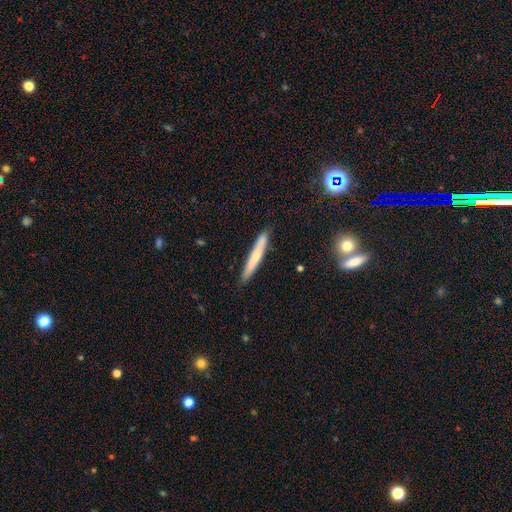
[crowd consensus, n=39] smooth-or-featured: smooth: 51% | featured or disk: 38% | star or artifact: 10%
  how-rounded: cigar-shaped: 95% | round: 5% | in between: 0%
  merging: none: 86% | minor disturbance: 9% | major disturbance: 3% | merger: 3%